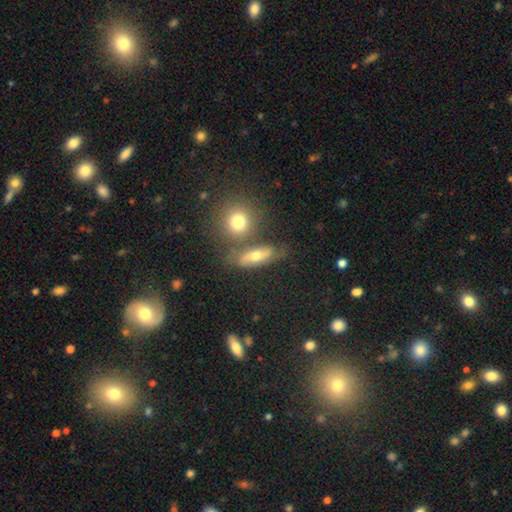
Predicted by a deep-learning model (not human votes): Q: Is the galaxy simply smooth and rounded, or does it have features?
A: smooth — 53%.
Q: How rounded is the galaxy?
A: in between — 52%.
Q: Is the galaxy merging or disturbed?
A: none — 67%.